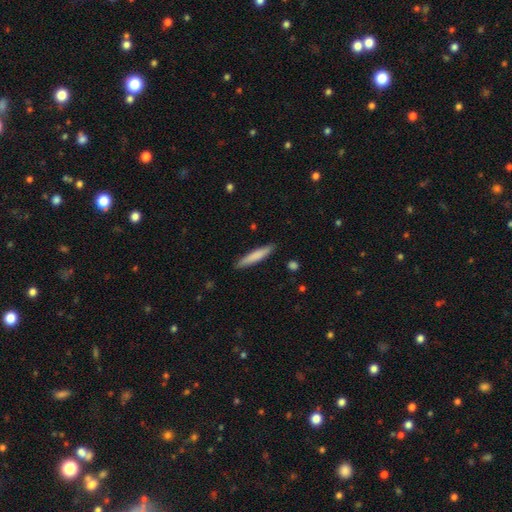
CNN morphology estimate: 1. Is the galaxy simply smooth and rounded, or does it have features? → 77% smooth, 18% featured or disk, 5% star or artifact.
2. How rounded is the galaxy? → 92% cigar-shaped, 7% in between, 1% round.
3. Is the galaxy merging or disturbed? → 89% none, 8% minor disturbance, 2% major disturbance, 1% merger.